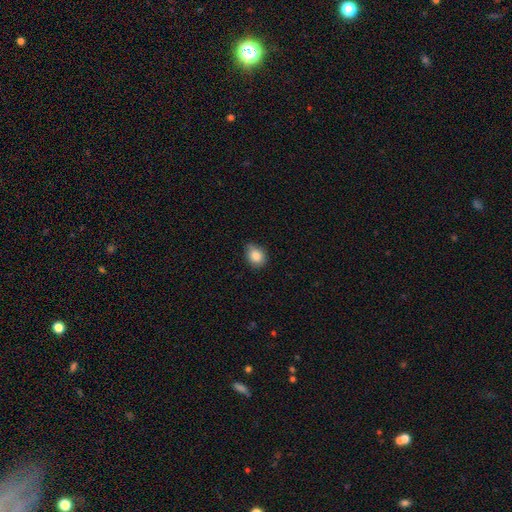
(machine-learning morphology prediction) Q: Smooth or featured?
A: smooth (85%); runner-up: star or artifact (9%)
Q: How rounded?
A: round (52%); runner-up: in between (47%)
Q: Merging?
A: none (65%); runner-up: minor disturbance (30%)